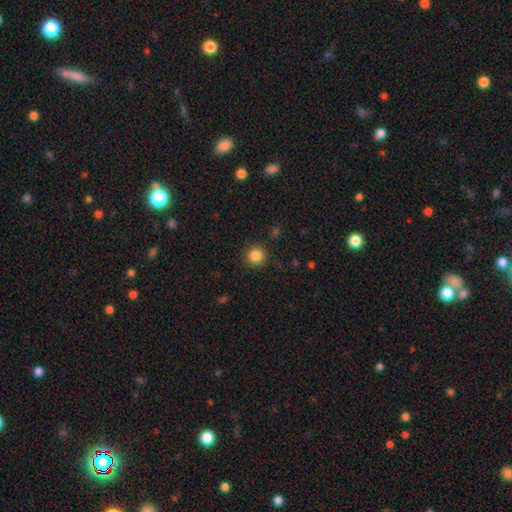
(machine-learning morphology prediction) smooth-or-featured: smooth: 85% | star or artifact: 11% | featured or disk: 4%
  how-rounded: round: 94% | in between: 5% | cigar-shaped: 1%
  merging: none: 90% | minor disturbance: 6% | major disturbance: 2% | merger: 1%